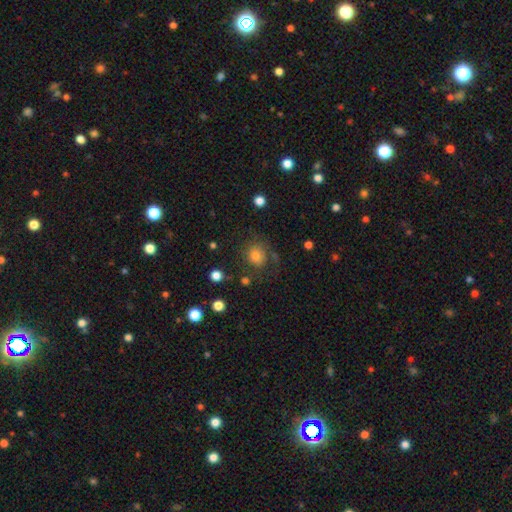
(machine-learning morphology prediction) smooth 73%, featured or disk 15%, star or artifact 13%. Down the decision tree: how rounded — round (79%); merging — none (65%).